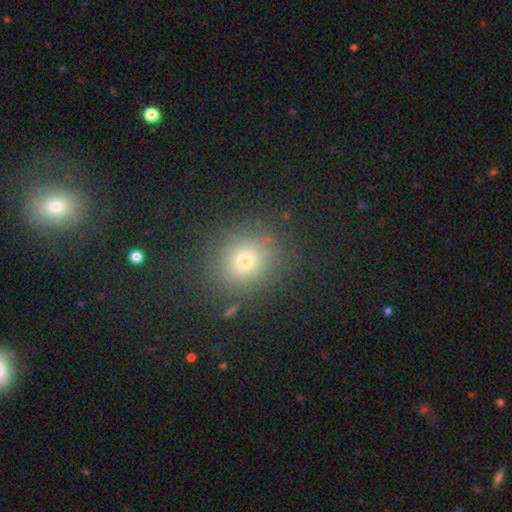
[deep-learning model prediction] Overall: smooth (67%). How rounded: round (80%). Merging: none (87%).